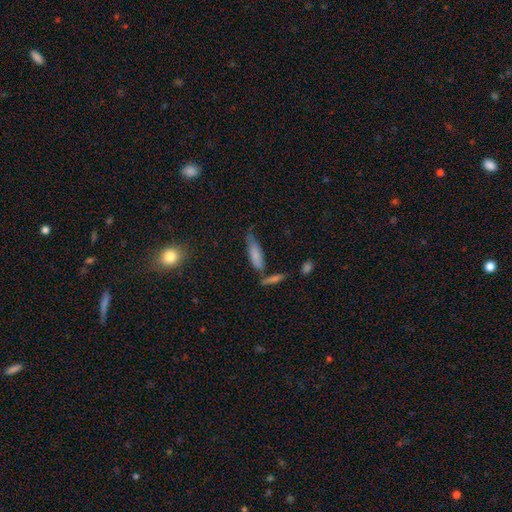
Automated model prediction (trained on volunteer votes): Smooth or featured: smooth — 74% (featured or disk — 18%)
How rounded: cigar-shaped — 59% (in between — 38%)
Merging: none — 54% (minor disturbance — 26%)